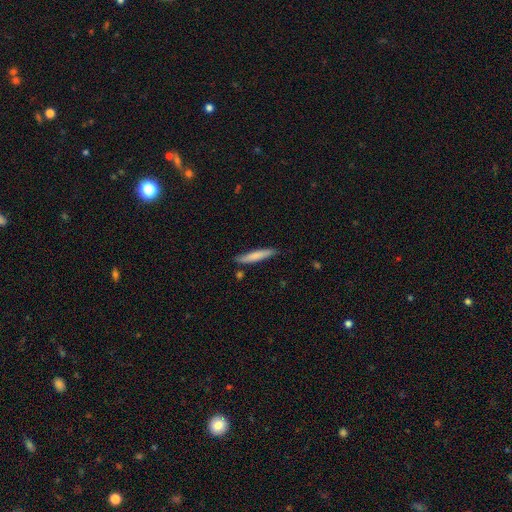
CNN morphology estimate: A smooth galaxy with no disk features (75%) that is cigar-shaped (91%). Merging: none (81%).